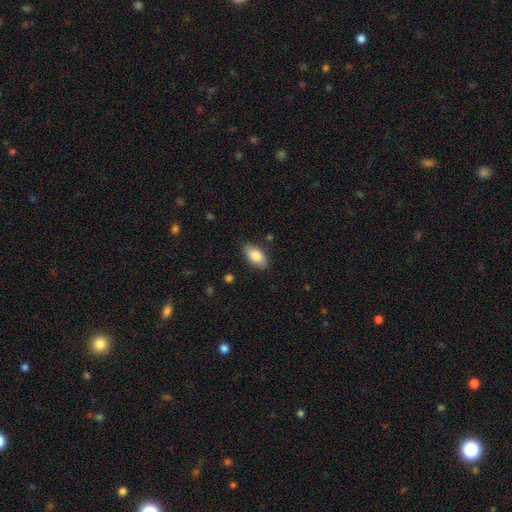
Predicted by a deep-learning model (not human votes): A smooth galaxy with no disk features (82%) that is in between round and cigar-shaped (93%). Merging: none (84%).